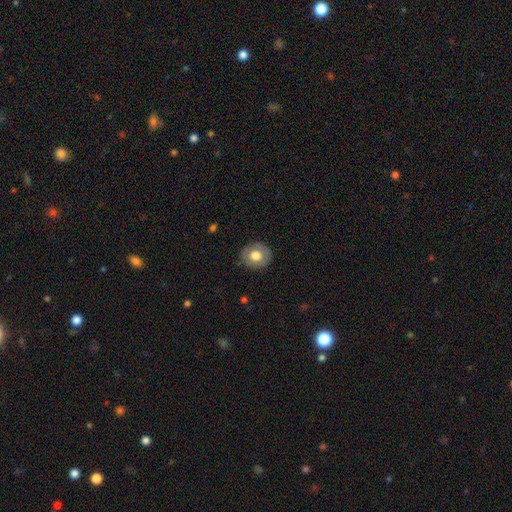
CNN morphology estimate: Smooth or featured? Predicted: smooth (p=0.68). How rounded? Predicted: round (p=0.78). Merging? Predicted: none (p=0.85).